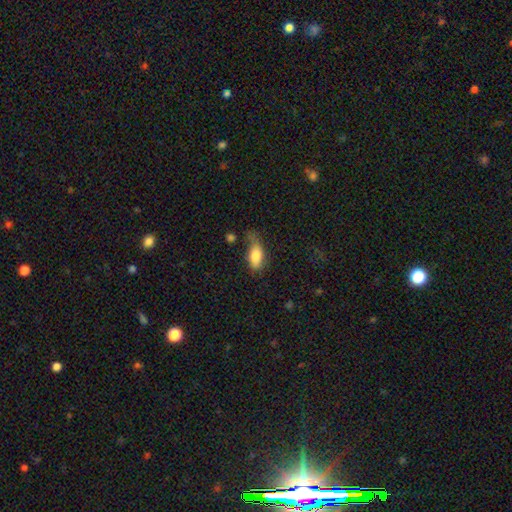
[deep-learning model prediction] A smooth galaxy with no disk features (78%) that is in between round and cigar-shaped (87%). Merging: none (36%).